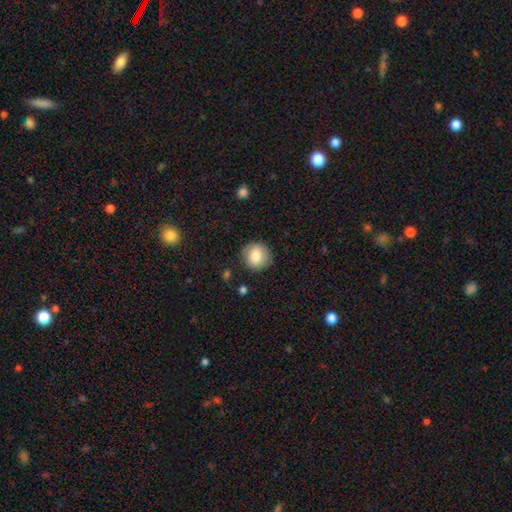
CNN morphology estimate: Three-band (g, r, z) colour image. It shows a smooth galaxy with no disk features (80%) that is round (90%). Merging: none (83%).